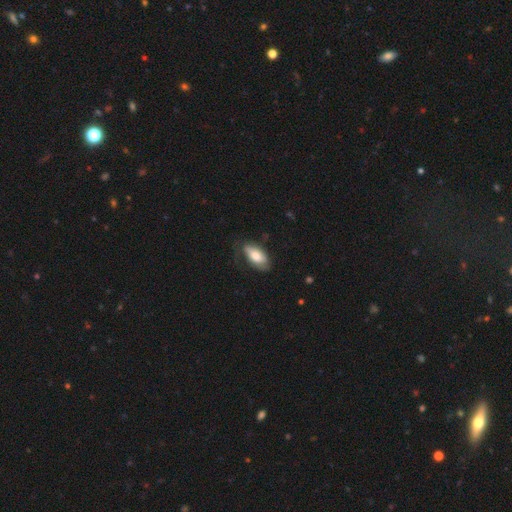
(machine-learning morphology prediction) A smooth galaxy with no disk features (66%) that is in between round and cigar-shaped (90%).

Vote fractions:
- Smooth or featured? smooth: 66% / featured or disk: 28% / star or artifact: 6%
- How rounded? in between: 90% / cigar-shaped: 7% / round: 3%
- Merging? none: 57% / minor disturbance: 28% / major disturbance: 13% / merger: 1%